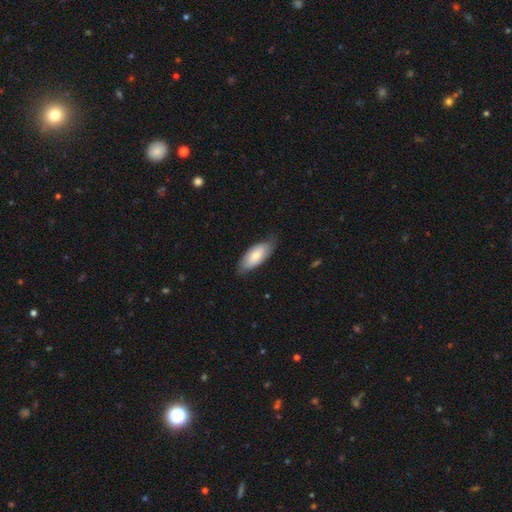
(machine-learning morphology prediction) smooth 70%, featured or disk 25%, star or artifact 5%. Down the decision tree: how rounded — in between (86%); merging — none (74%).